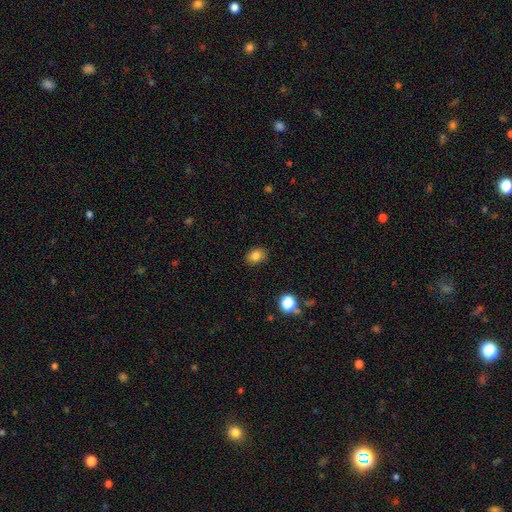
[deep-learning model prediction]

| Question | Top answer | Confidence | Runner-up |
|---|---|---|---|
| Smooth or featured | smooth | 82% | star or artifact (11%) |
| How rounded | in between | 59% | round (40%) |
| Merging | none | 85% | minor disturbance (11%) |